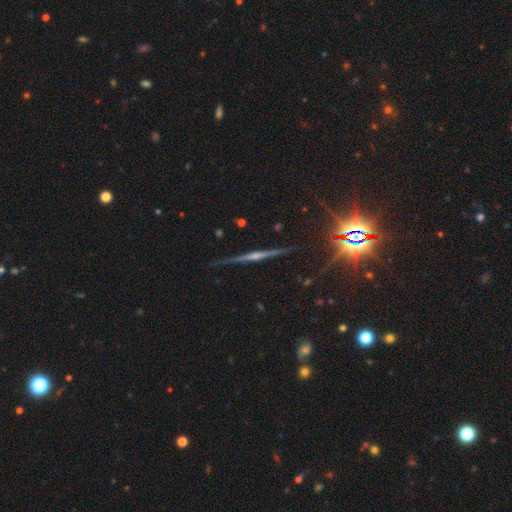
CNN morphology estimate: featured or disk 64%, star or artifact 25%, smooth 12%. Down the decision tree: edge-on disk — yes (95%); edge-on bulge — rounded (75%); merging — none (84%).